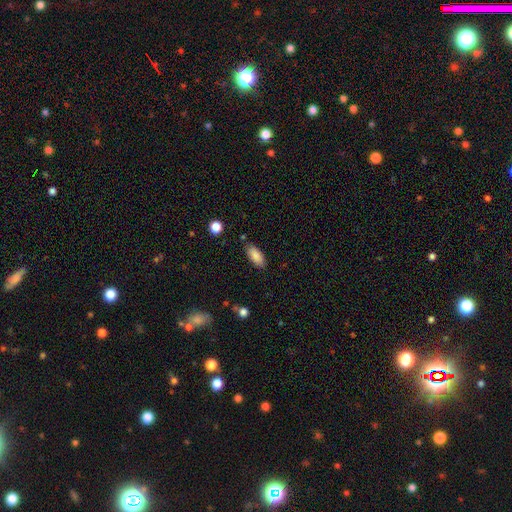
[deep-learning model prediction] Q: Smooth or featured?
A: smooth (87%); runner-up: star or artifact (7%)
Q: How rounded?
A: in between (86%); runner-up: cigar-shaped (12%)
Q: Merging?
A: none (84%); runner-up: minor disturbance (11%)